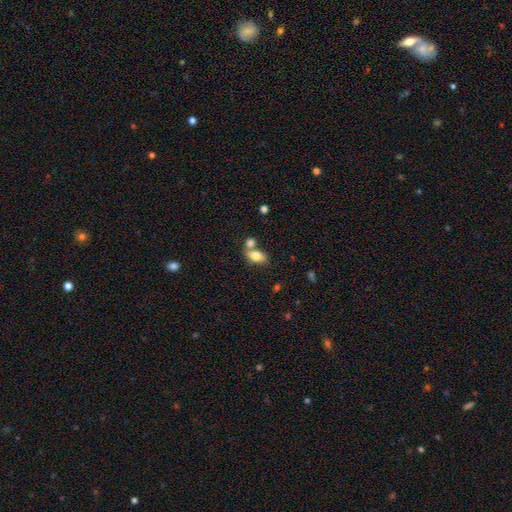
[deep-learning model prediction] Overall: smooth (79%). How rounded: in between (86%). Merging: none (46%; merger 38%).